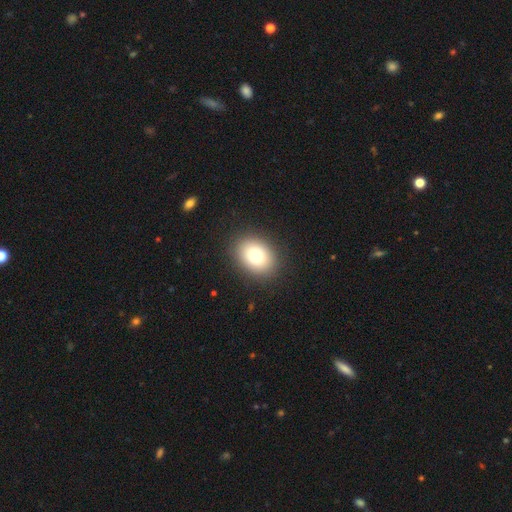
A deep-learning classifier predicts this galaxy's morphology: A smooth galaxy with no disk features (82%) that is in between round and cigar-shaped (68%). Merging: none (89%).